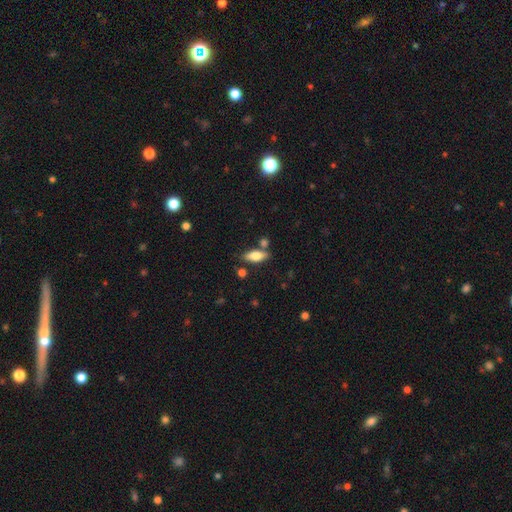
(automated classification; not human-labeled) smooth_or_featured: smooth (p=0.67) [alt: featured or disk p=0.27]
how_rounded: in between (p=0.72) [alt: cigar-shaped p=0.25]
merging: none (p=0.74) [alt: minor disturbance p=0.12]